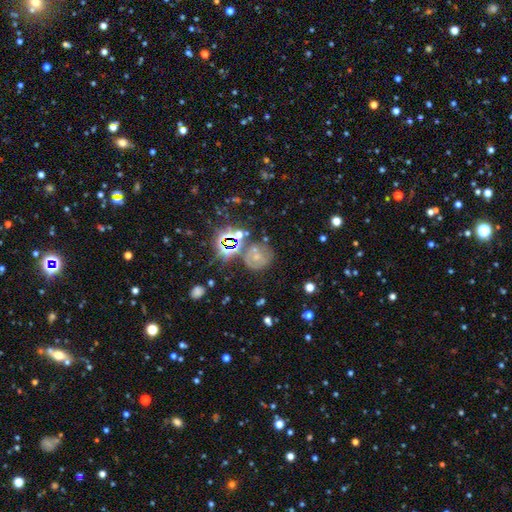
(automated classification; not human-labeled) The model was most divided on "smooth or featured": smooth: 36%, star or artifact: 35%, featured or disk: 29%. More confident: merging — none (61%).